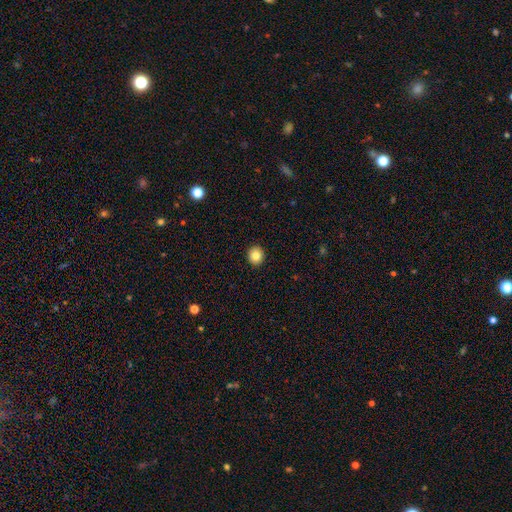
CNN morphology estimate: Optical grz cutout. It shows a smooth galaxy with no disk features (83%) that is round (86%). Merging: none (93%).